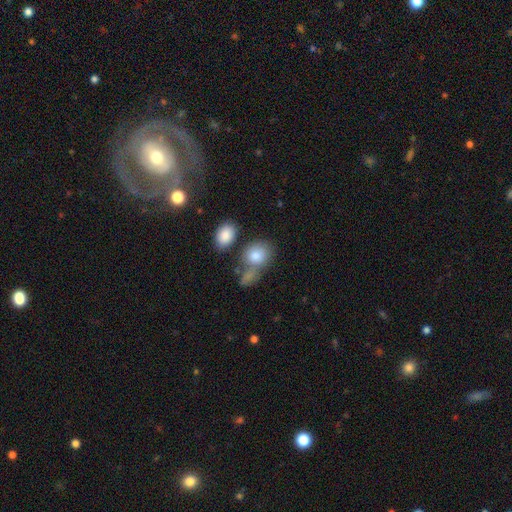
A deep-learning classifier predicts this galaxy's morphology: smooth-or-featured: smooth: 82% | featured or disk: 10% | star or artifact: 8%
  how-rounded: in between: 60% | round: 39% | cigar-shaped: 2%
  merging: none: 46% | merger: 30% | minor disturbance: 15% | major disturbance: 8%